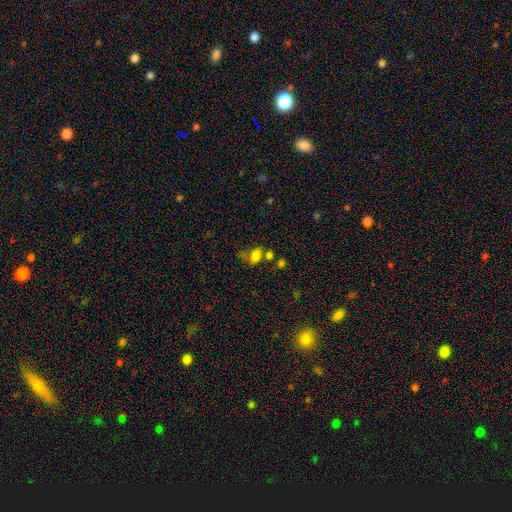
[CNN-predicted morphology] Smooth or featured? Predicted: smooth (p=0.72). How rounded? Predicted: in between (p=0.80). Merging? Predicted: none (p=0.37).